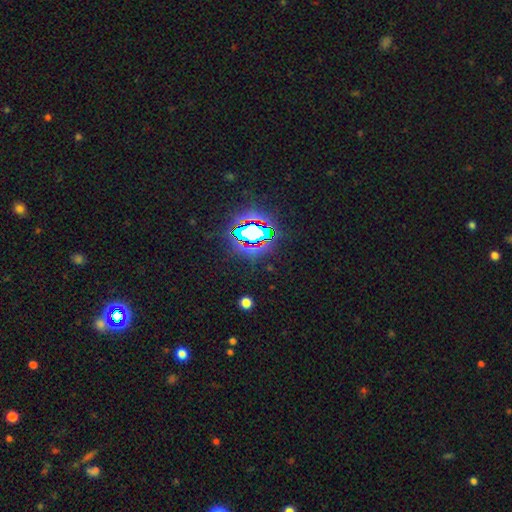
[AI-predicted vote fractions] Smooth or featured?
  - star or artifact: 84% *
  - smooth: 9%
  - featured or disk: 7%